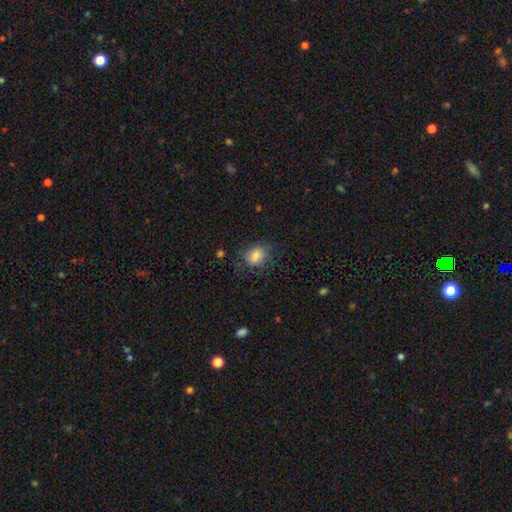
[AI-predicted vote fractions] Q: Smooth or featured?
A: smooth (80%); runner-up: featured or disk (11%)
Q: How rounded?
A: in between (64%); runner-up: round (34%)
Q: Merging?
A: none (67%); runner-up: minor disturbance (22%)